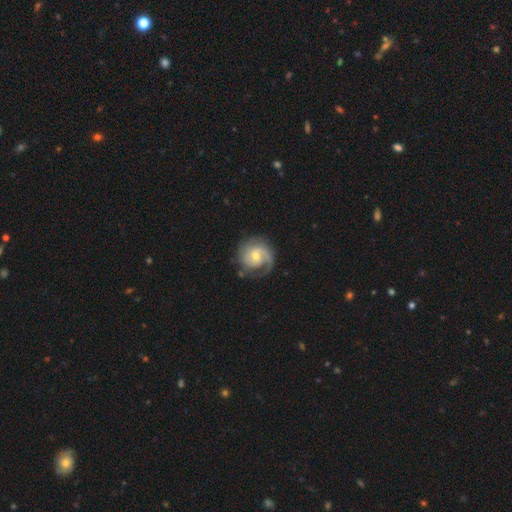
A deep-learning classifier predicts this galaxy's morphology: featured or disk 81%, smooth 14%, star or artifact 6%. Down the decision tree: edge-on disk — no (98%); bar — no (58%); spiral arms — yes (95%); spiral arm count — 1 (43%); spiral winding — tight (45%); bulge size — moderate (52%); merging — none (70%).